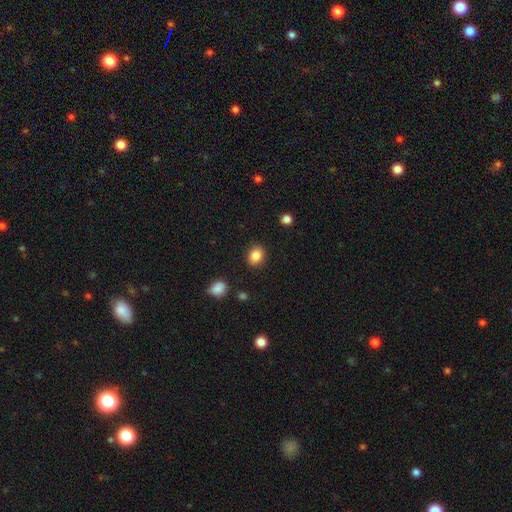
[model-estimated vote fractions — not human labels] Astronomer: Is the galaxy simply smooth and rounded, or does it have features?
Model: smooth — 86%.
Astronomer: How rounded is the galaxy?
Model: round — 59% (runner-up: in between, 40%).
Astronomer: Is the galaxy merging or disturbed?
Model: none — 87%.